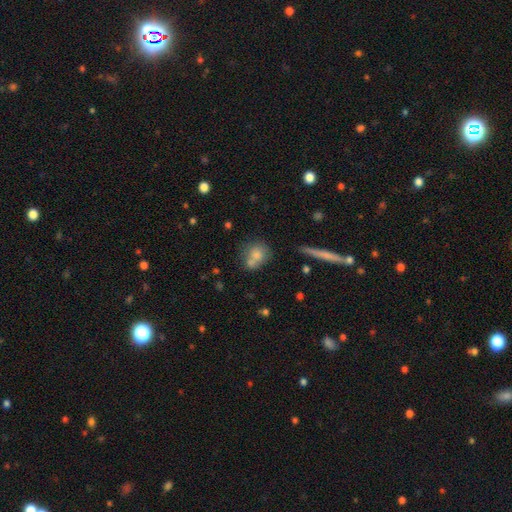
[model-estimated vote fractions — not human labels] Smooth or featured?
  - smooth: 75% *
  - featured or disk: 15%
  - star or artifact: 10%
How rounded?
  - round: 60% *
  - in between: 38%
  - cigar-shaped: 2%
Merging?
  - none: 43% *
  - merger: 34%
  - minor disturbance: 16%
  - major disturbance: 7%